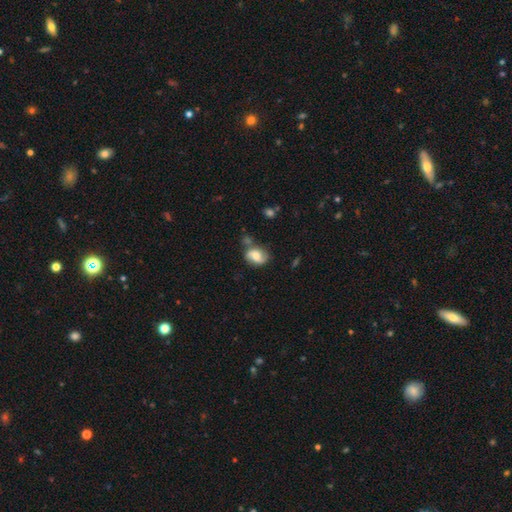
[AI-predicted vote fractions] Overall: smooth (46%; featured or disk 45%). Merging: none (54%; minor disturbance 25%).